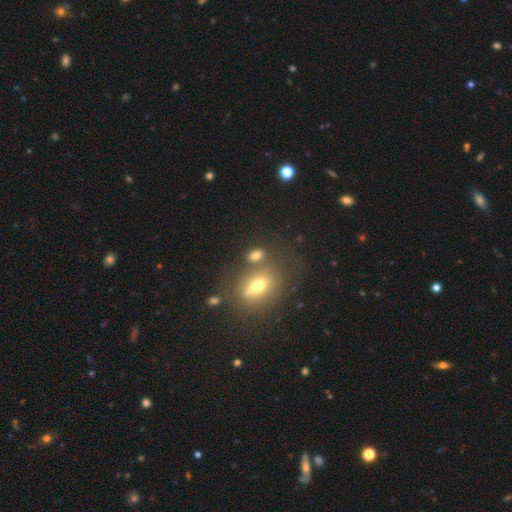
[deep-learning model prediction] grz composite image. It shows a smooth galaxy with no disk features (69%) that is in between round and cigar-shaped (67%). Merging: none (60%).